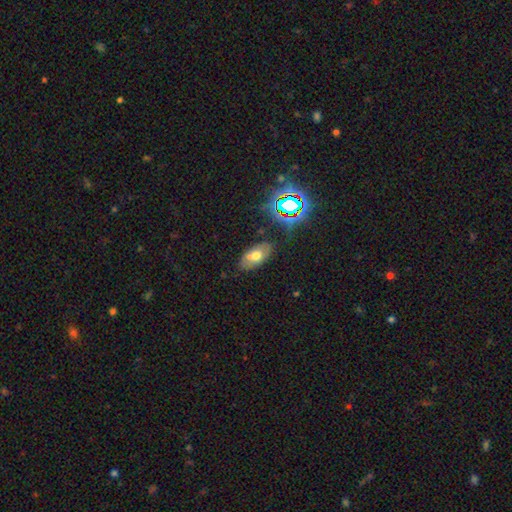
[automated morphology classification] smooth 58%, featured or disk 25%, star or artifact 17%. Down the decision tree: how rounded — in between (90%); merging — none (70%).